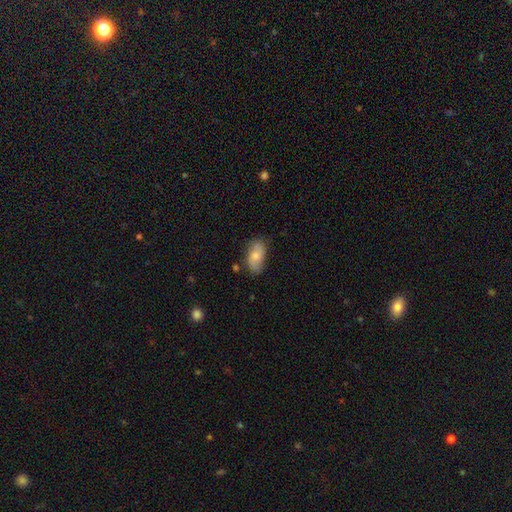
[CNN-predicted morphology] A smooth galaxy with no disk features (58%) that is in between round and cigar-shaped (92%). Merging: none (71%).